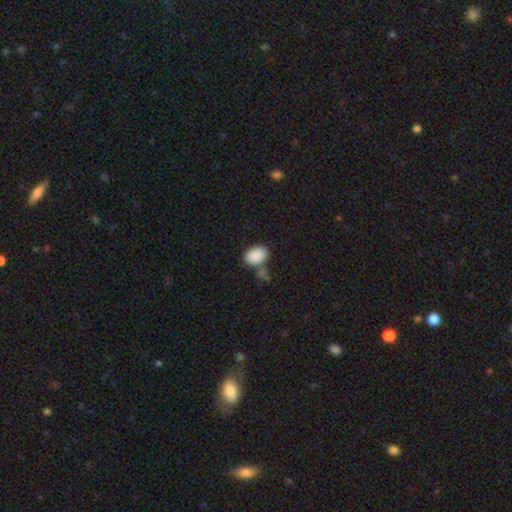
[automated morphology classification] Overall: smooth (88%). How rounded: in between (86%). Merging: none (59%).